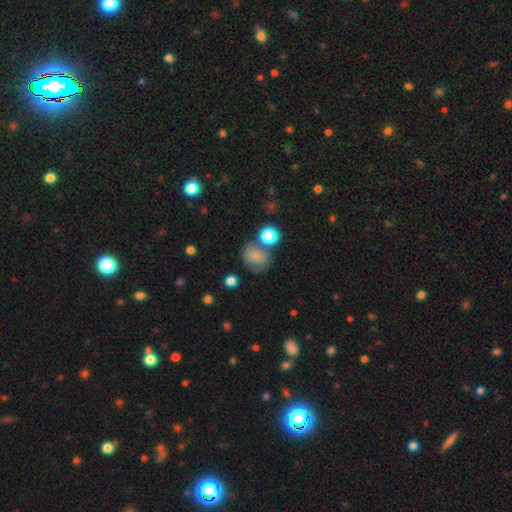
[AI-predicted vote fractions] A smooth galaxy with no disk features (74%) that is round (61%).

Vote fractions:
- Smooth or featured? smooth: 74% / featured or disk: 14% / star or artifact: 12%
- How rounded? round: 61% / in between: 37% / cigar-shaped: 1%
- Merging? none: 52% / minor disturbance: 20% / merger: 19% / major disturbance: 10%